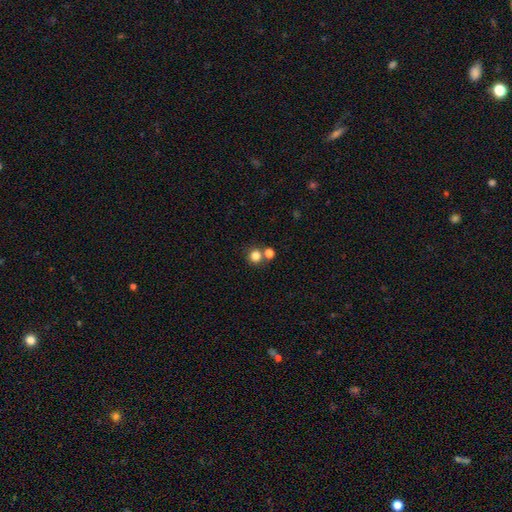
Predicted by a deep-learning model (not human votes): Smooth or featured? smooth (82%)
How rounded? round (88%)
Merging? none (65%)